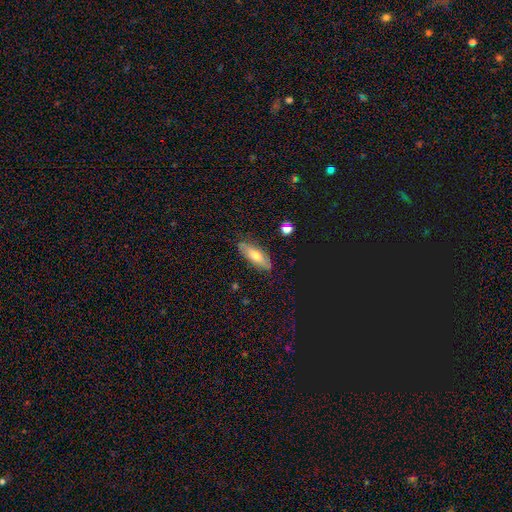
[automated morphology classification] This is possibly a smooth galaxy (55%). How rounded: likely in between (62%). Merging: clearly none (81%).